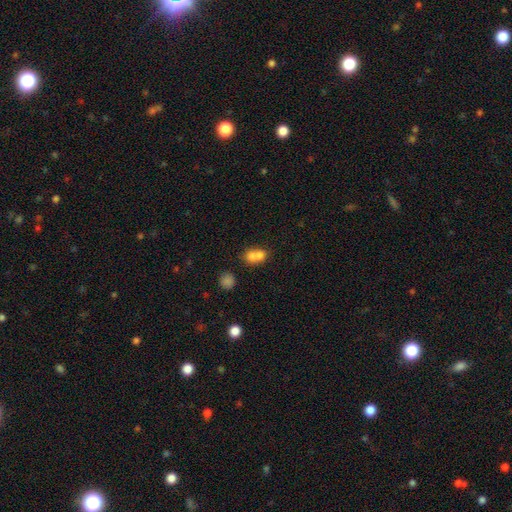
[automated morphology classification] Overall: smooth (72%). How rounded: round (60%; in between 38%). Merging: merger (66%).